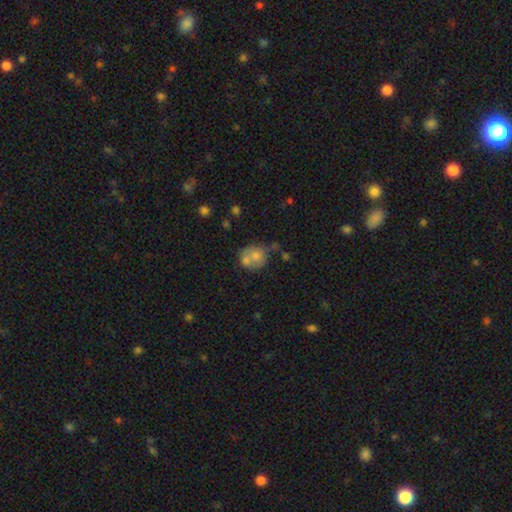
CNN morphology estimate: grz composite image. It shows a smooth galaxy with no disk features (65%) that is round (66%). Merging: merger (43%).